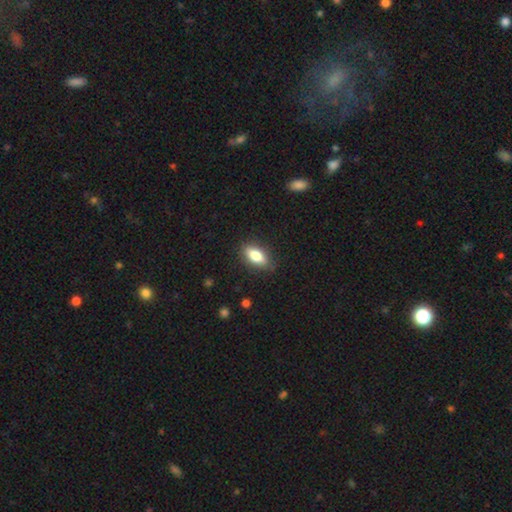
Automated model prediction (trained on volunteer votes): Smooth or featured? Predicted: smooth (p=0.80). How rounded? Predicted: in between (p=0.84). Merging? Predicted: none (p=0.84).